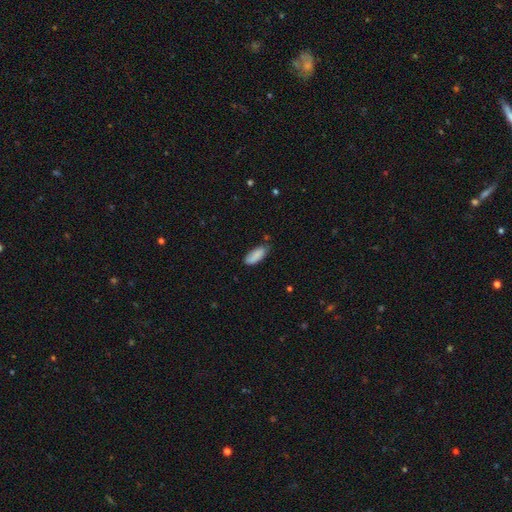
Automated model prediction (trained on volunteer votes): Q: Smooth or featured?
A: smooth (87%); runner-up: star or artifact (7%)
Q: How rounded?
A: in between (78%); runner-up: cigar-shaped (20%)
Q: Merging?
A: none (64%); runner-up: minor disturbance (29%)